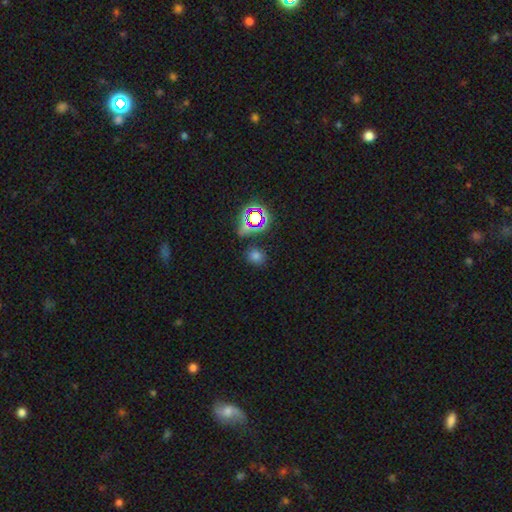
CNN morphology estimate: smooth_or_featured: smooth (p=0.67) [alt: star or artifact p=0.27]
how_rounded: round (p=0.68) [alt: in between p=0.30]
merging: none (p=0.81) [alt: minor disturbance p=0.12]